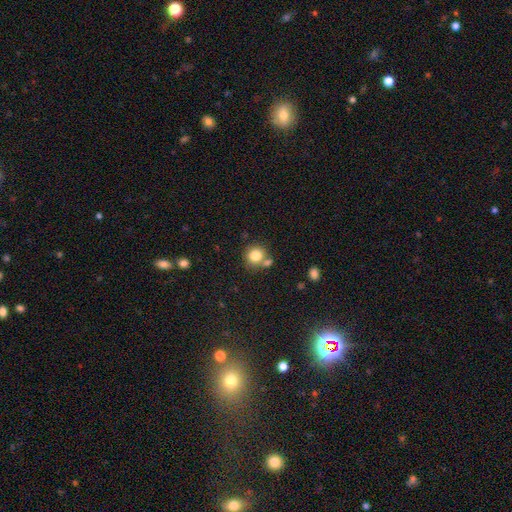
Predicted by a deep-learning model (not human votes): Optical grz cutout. It shows a smooth galaxy with no disk features (81%) that is round (84%). Merging: none (61%).